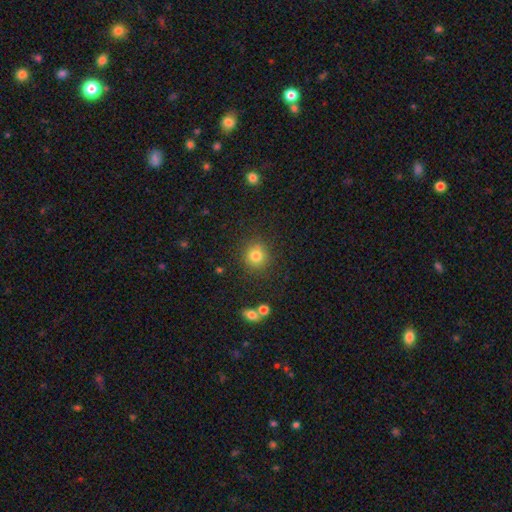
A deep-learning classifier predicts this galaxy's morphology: smooth_or_featured: smooth (p=0.81) [alt: star or artifact p=0.12]
how_rounded: round (p=0.89) [alt: in between p=0.10]
merging: none (p=0.87) [alt: minor disturbance p=0.08]